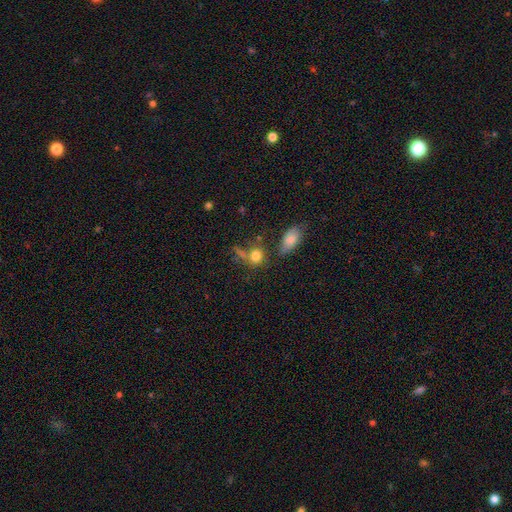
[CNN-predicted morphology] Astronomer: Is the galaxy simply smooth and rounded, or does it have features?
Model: smooth — 77%.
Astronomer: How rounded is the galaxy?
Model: round — 71%.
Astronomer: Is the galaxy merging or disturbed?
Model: none — 58%.